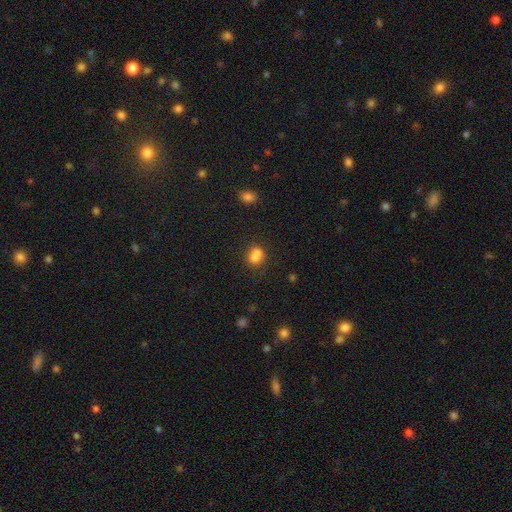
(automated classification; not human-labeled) This appears to be a smooth galaxy with no disk features (75%) that is round (67%). Merging: merger (48%).